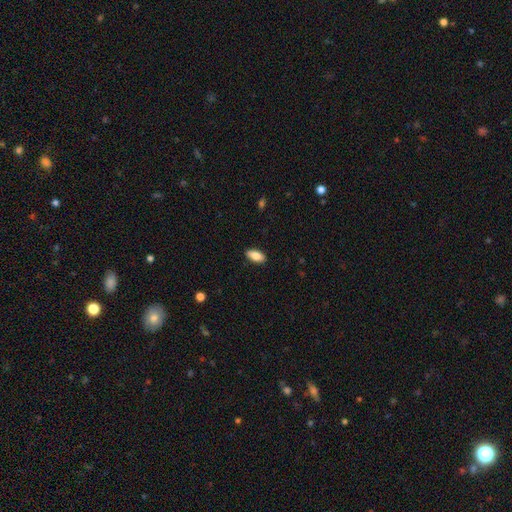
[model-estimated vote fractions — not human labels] A smooth galaxy with no disk features (83%) that is in between round and cigar-shaped (90%). Merging: none (89%).